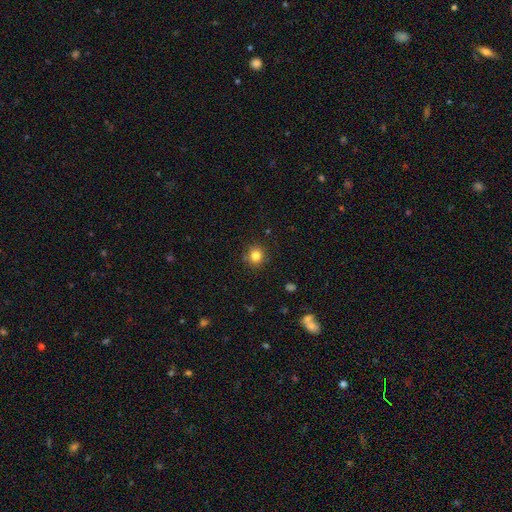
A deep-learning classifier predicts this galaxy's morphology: Q: Smooth or featured?
A: smooth (82%); runner-up: star or artifact (12%)
Q: How rounded?
A: round (87%); runner-up: in between (13%)
Q: Merging?
A: none (86%); runner-up: minor disturbance (9%)